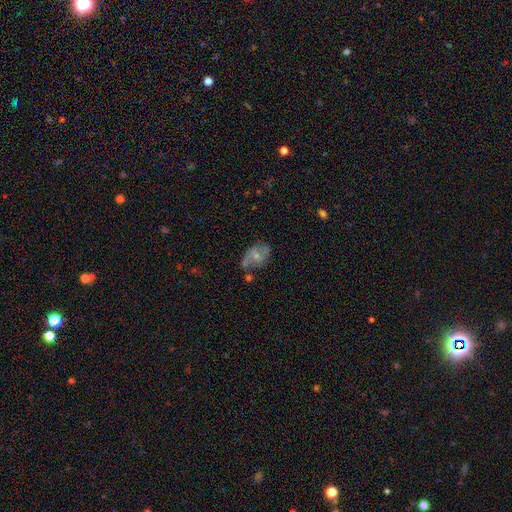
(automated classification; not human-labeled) The model was most divided on "bar": no: 49%, weak: 40%, strong: 12%. More confident: edge-on disk — no (96%); spiral arms — yes (70%); bulge size — small (54%); smooth or featured — featured or disk (53%); merging — none (52%).